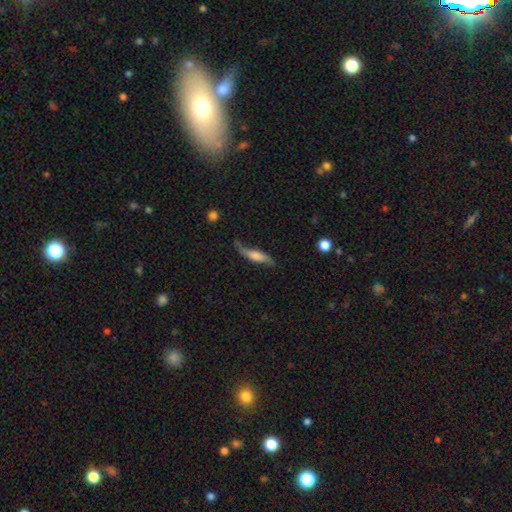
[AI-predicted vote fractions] featured or disk 61%, smooth 32%, star or artifact 7%. Down the decision tree: edge-on disk — no (57%); merging — none (62%).